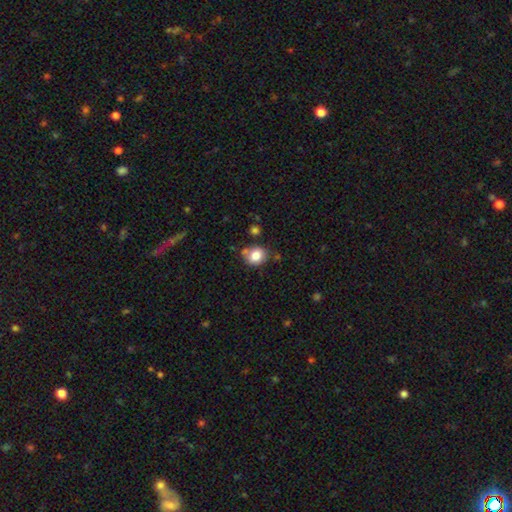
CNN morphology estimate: type=smooth (81%); roundness=round (70%); merging=none (69%).